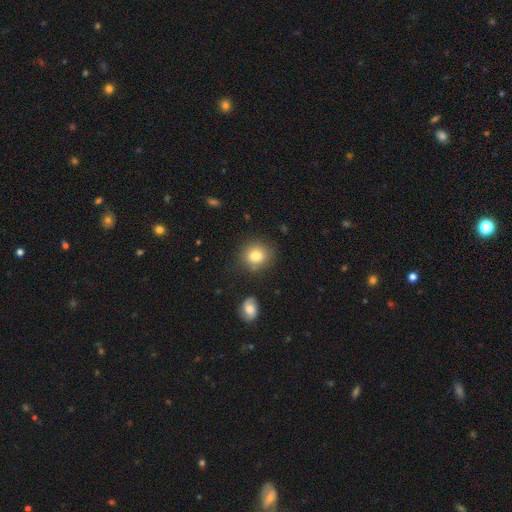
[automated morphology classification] Smooth or featured? Predicted: smooth (p=0.81). How rounded? Predicted: round (p=0.82). Merging? Predicted: none (p=0.81).